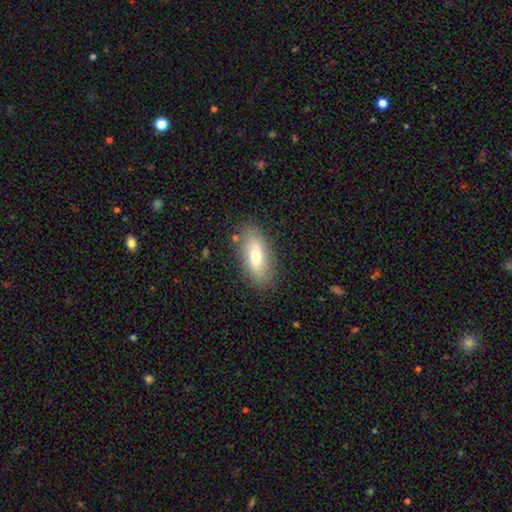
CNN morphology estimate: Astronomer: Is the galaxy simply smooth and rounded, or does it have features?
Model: smooth — 71%.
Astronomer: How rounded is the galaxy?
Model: in between — 82%.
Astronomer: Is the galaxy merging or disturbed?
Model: none — 84%.